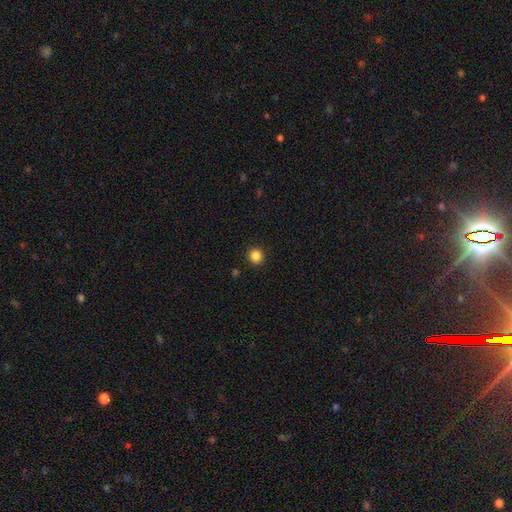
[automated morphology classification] Smooth or featured? Predicted: smooth (p=0.85). How rounded? Predicted: round (p=0.94). Merging? Predicted: none (p=0.93).